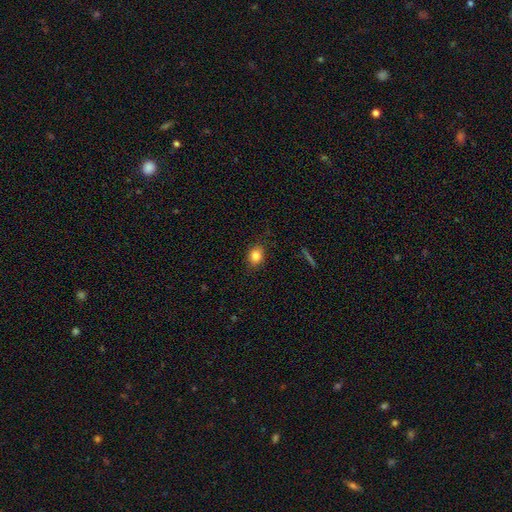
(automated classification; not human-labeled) The model was most divided on "how rounded": round: 50%, in between: 49%, cigar-shaped: 1%. More confident: smooth or featured — smooth (84%); merging — none (83%).